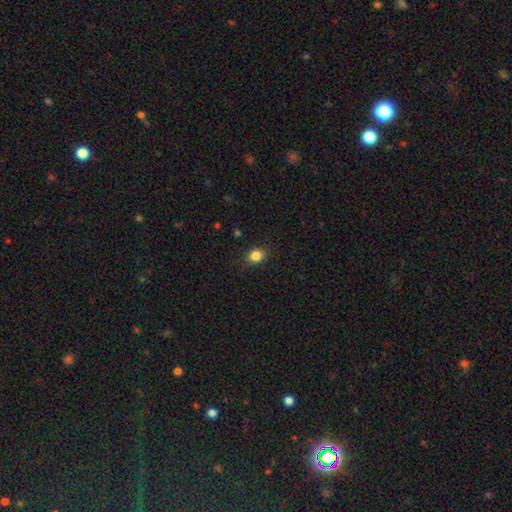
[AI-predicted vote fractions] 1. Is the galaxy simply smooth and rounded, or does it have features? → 84% smooth, 11% star or artifact, 5% featured or disk.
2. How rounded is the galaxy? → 51% round, 48% in between, 1% cigar-shaped.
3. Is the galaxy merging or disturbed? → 86% none, 11% minor disturbance, 3% major disturbance, 1% merger.